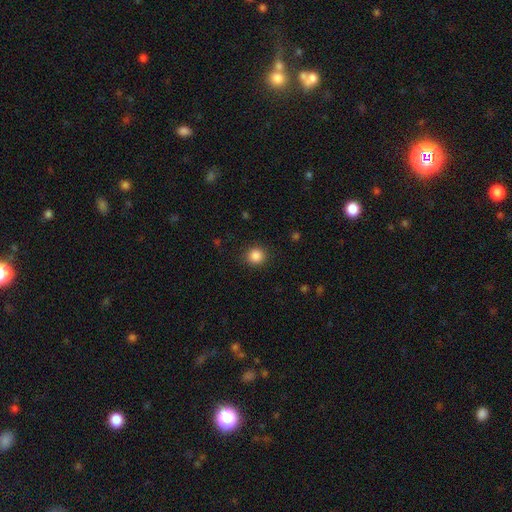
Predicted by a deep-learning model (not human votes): Q: Smooth or featured?
A: smooth (86%); runner-up: star or artifact (10%)
Q: How rounded?
A: round (90%); runner-up: in between (9%)
Q: Merging?
A: none (90%); runner-up: minor disturbance (7%)